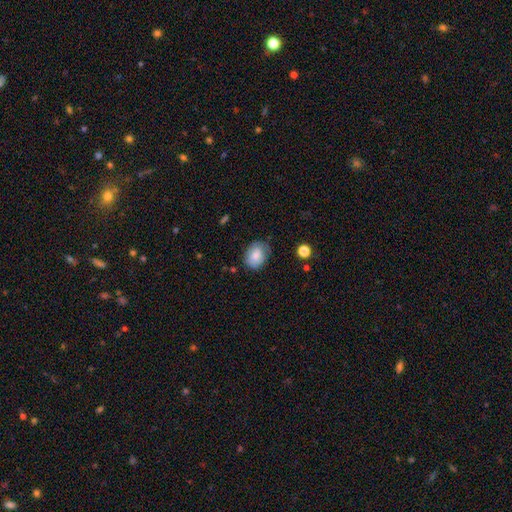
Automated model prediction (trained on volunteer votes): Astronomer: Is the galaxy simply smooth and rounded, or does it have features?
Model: smooth — 81%.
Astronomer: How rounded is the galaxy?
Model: in between — 62%.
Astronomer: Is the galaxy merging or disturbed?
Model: none — 70%.